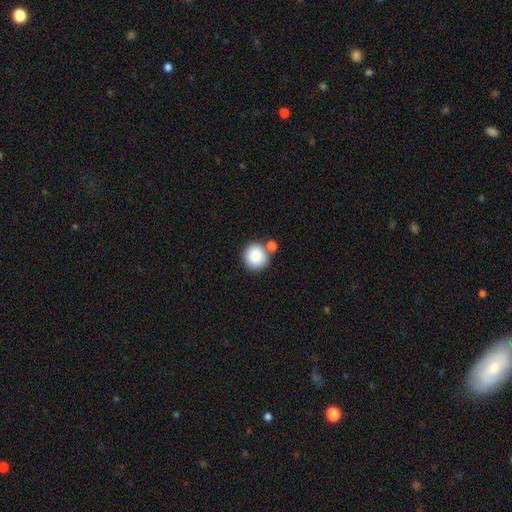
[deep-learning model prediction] The model was most divided on "merging": none: 72%, merger: 16%, minor disturbance: 9%, major disturbance: 3%. More confident: how rounded — round (92%); smooth or featured — smooth (85%).